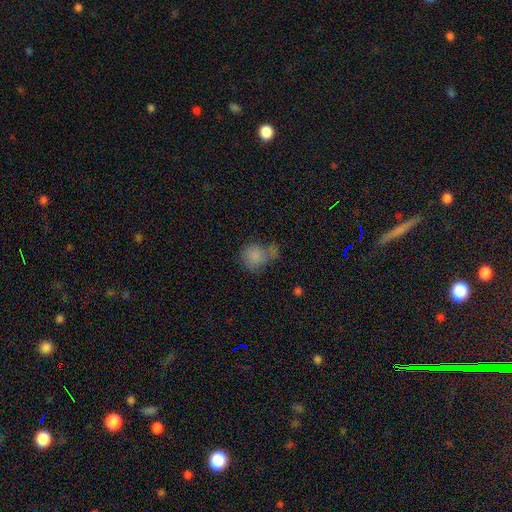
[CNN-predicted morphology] The model was most divided on "merging": none: 37%, merger: 25%, minor disturbance: 22%, major disturbance: 16%. More confident: smooth or featured — smooth (80%); how rounded — round (70%).